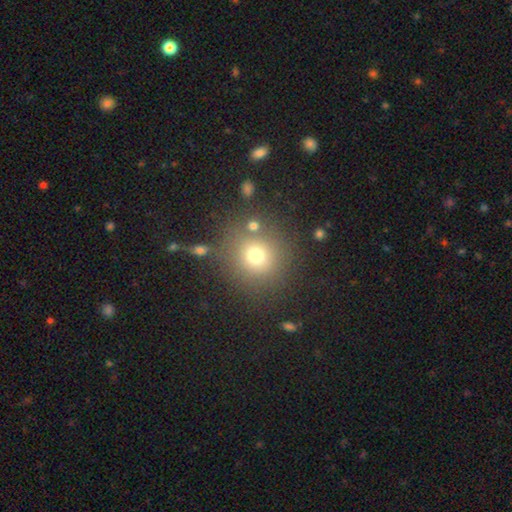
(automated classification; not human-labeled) This appears to be a smooth galaxy with no disk features (72%) that is round (91%). Merging: none (78%).